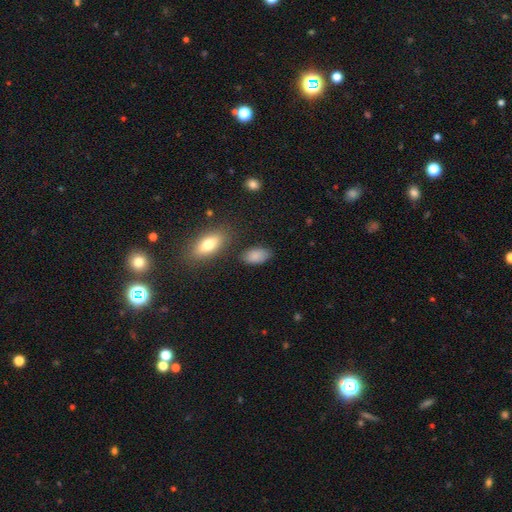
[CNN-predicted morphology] A smooth galaxy with no disk features (86%) that is in between round and cigar-shaped (92%).

Vote fractions:
- Smooth or featured? smooth: 86% / star or artifact: 8% / featured or disk: 6%
- How rounded? in between: 92% / round: 5% / cigar-shaped: 3%
- Merging? none: 76% / minor disturbance: 16% / major disturbance: 4% / merger: 4%